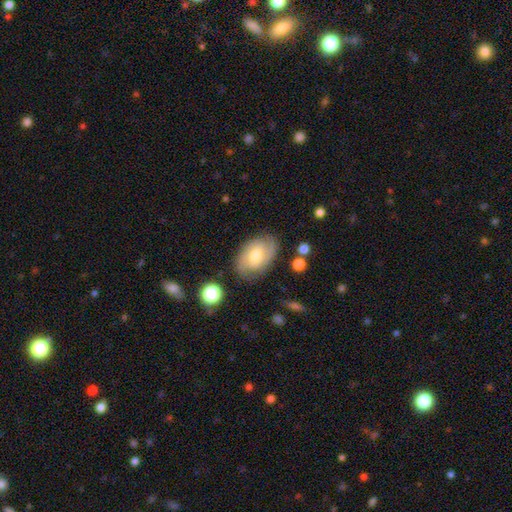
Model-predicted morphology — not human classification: This is possibly a featured or disk galaxy (58%). It is clearly not viewed edge-on (95%). Bar: possibly no (48%). Spiral arm pattern: clearly yes (85%). Central bulge: likely moderate (61%). Merging: likely none (78%).